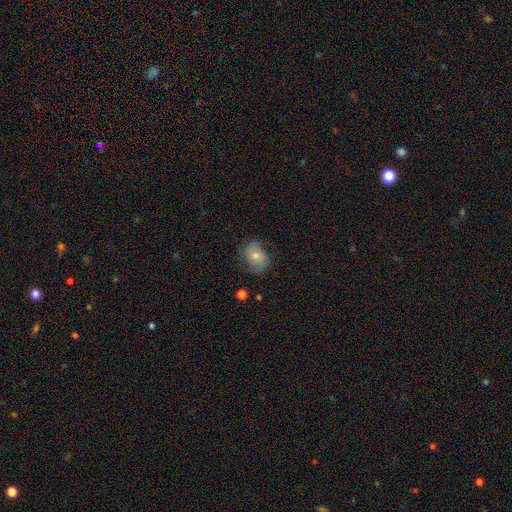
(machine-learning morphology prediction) smooth_or_featured: smooth (p=0.55) [alt: featured or disk p=0.33]
how_rounded: in between (p=0.60) [alt: round p=0.38]
merging: none (p=0.70) [alt: minor disturbance p=0.21]